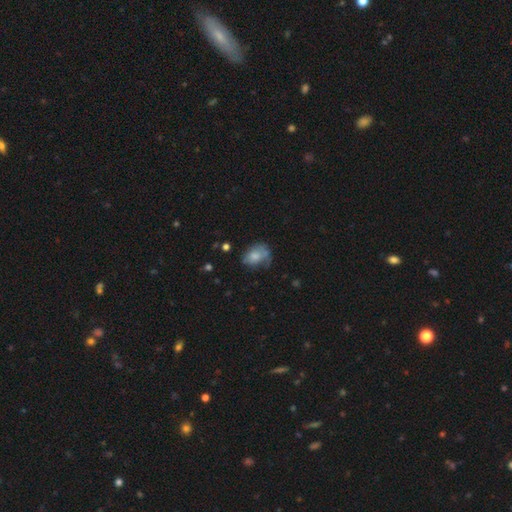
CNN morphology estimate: type=smooth (67%); roundness=in between (72%); merging=none (40%).